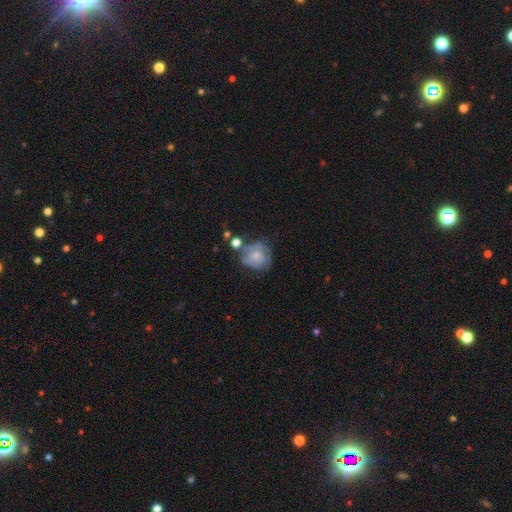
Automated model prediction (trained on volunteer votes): Overall: featured or disk (51%; smooth 40%). Edge-on disk: no (97%). Bar: no (77%). Spiral arms: yes (76%). Bulge size: small (49%; moderate 34%). Merging: none (51%; minor disturbance 24%).